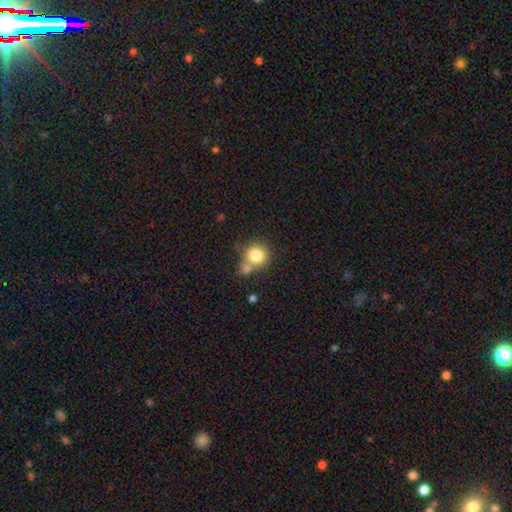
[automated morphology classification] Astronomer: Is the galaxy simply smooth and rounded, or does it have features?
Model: smooth — 80%.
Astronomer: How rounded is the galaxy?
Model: round — 88%.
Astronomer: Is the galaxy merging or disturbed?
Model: none — 54% (runner-up: merger, 31%).